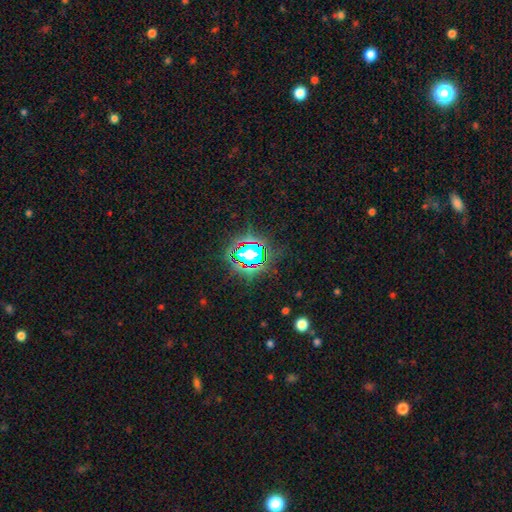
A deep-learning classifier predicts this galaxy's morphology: A star or artifact, not a galaxy (82%).

Vote fractions:
- Smooth or featured? star or artifact: 82% / smooth: 11% / featured or disk: 7%